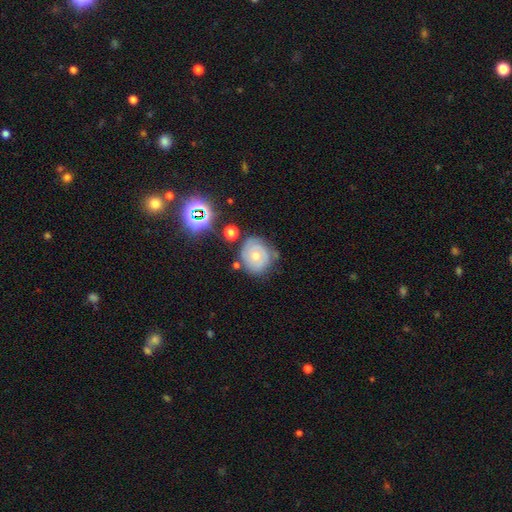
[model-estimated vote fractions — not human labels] A featured or disk galaxy (59%) with no bar (83%), spiral arms (70%) and a moderate central bulge (59%). Merging: none (64%).